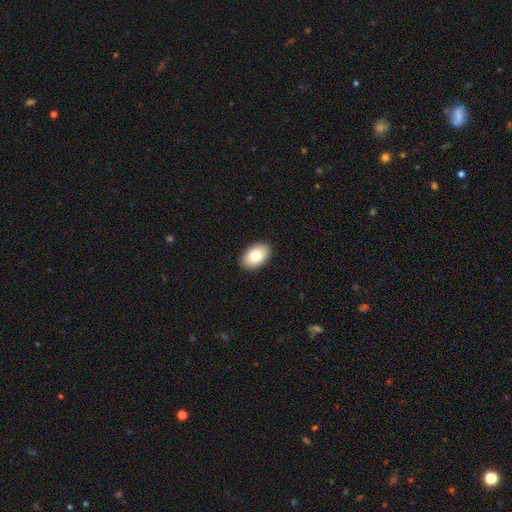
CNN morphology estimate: Smooth or featured: smooth — 80% (featured or disk — 13%)
How rounded: in between — 91% (round — 8%)
Merging: none — 90% (minor disturbance — 7%)